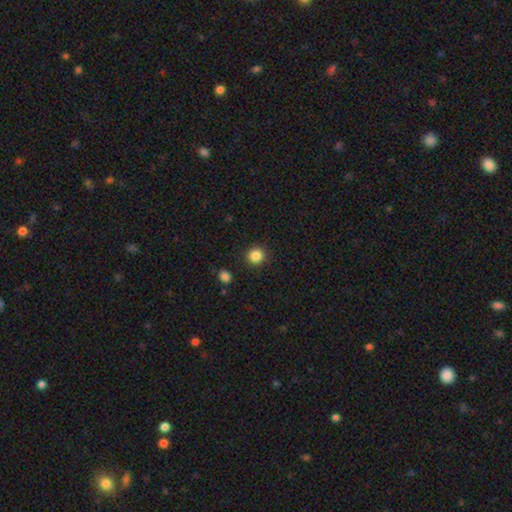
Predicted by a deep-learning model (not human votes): Smooth or featured? smooth (85%)
How rounded? round (92%)
Merging? none (91%)